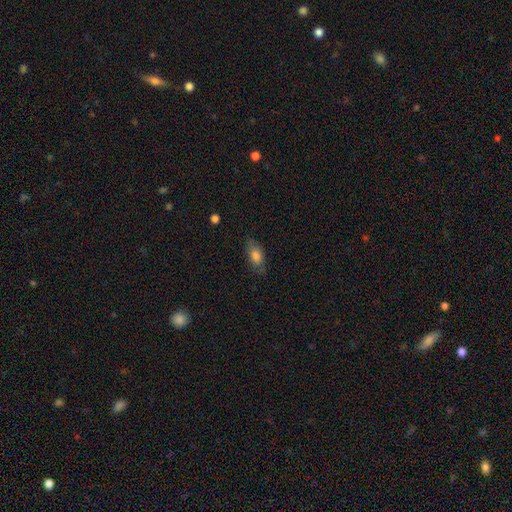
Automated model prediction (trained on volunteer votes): Morphology: type=smooth (78%); roundness=in between (82%); merging=none (77%).